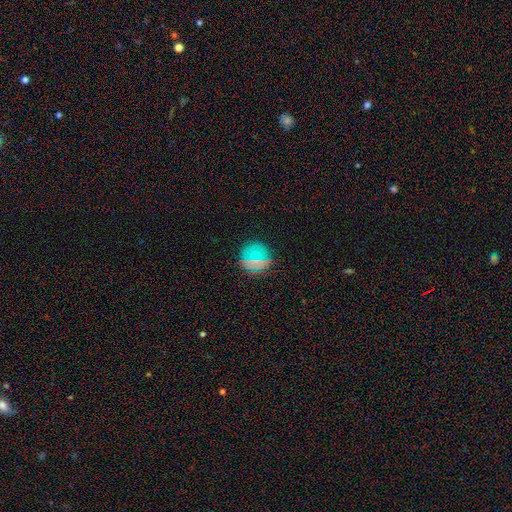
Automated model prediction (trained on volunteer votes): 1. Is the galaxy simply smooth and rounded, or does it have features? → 67% smooth, 23% star or artifact, 10% featured or disk.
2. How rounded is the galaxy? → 92% round, 6% in between, 1% cigar-shaped.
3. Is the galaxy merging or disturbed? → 86% none, 10% minor disturbance, 3% major disturbance, 2% merger.